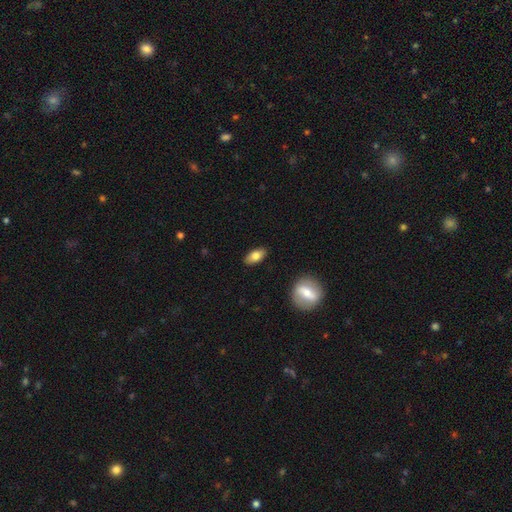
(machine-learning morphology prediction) Smooth or featured: smooth — 76% (featured or disk — 17%)
How rounded: in between — 87% (cigar-shaped — 8%)
Merging: none — 88% (minor disturbance — 9%)